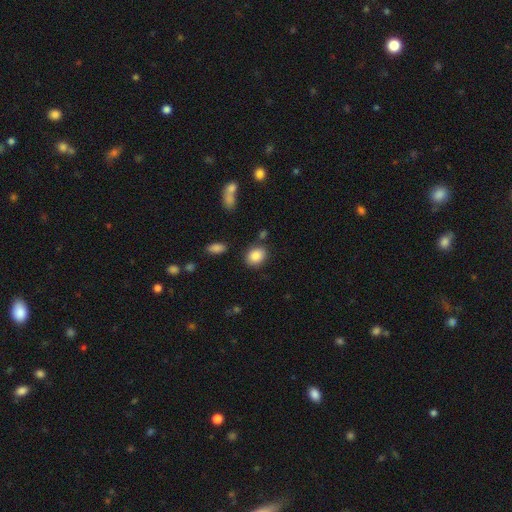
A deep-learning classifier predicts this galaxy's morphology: The model was most divided on "how rounded": in between: 55%, round: 43%, cigar-shaped: 1%. More confident: smooth or featured — smooth (86%); merging — none (82%).